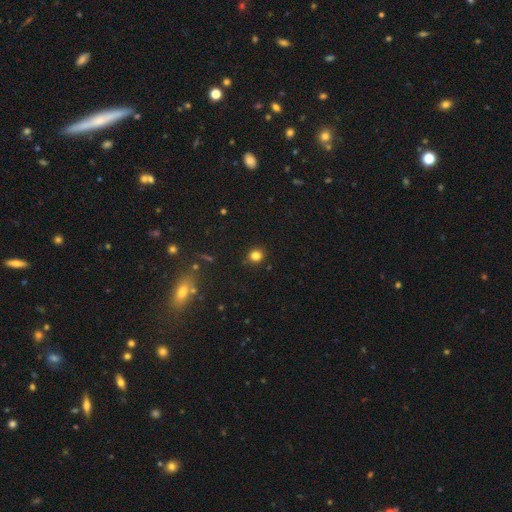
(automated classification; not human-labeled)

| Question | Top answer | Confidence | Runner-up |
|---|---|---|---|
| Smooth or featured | smooth | 80% | star or artifact (14%) |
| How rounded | round | 85% | in between (14%) |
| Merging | none | 88% | minor disturbance (8%) |